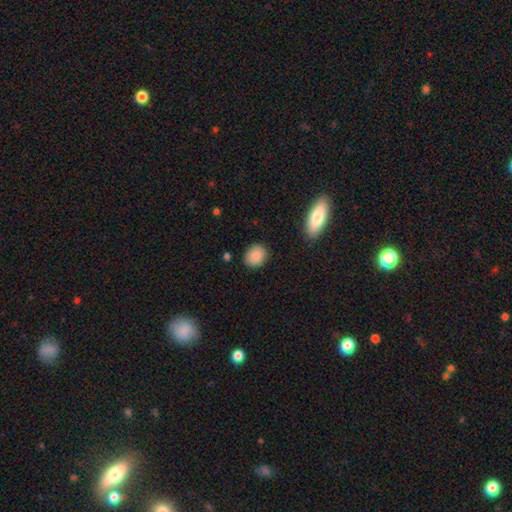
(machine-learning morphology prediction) Q: Smooth or featured?
A: smooth (87%); runner-up: star or artifact (8%)
Q: How rounded?
A: round (61%); runner-up: in between (38%)
Q: Merging?
A: none (87%); runner-up: minor disturbance (9%)